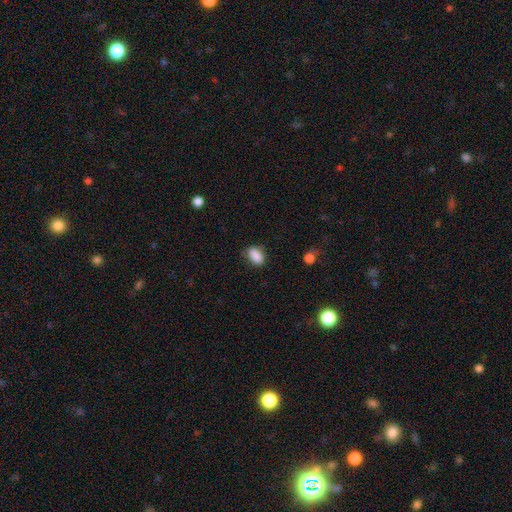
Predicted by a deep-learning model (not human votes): Morphology: type=smooth (87%); roundness=in between (87%); merging=none (74%).